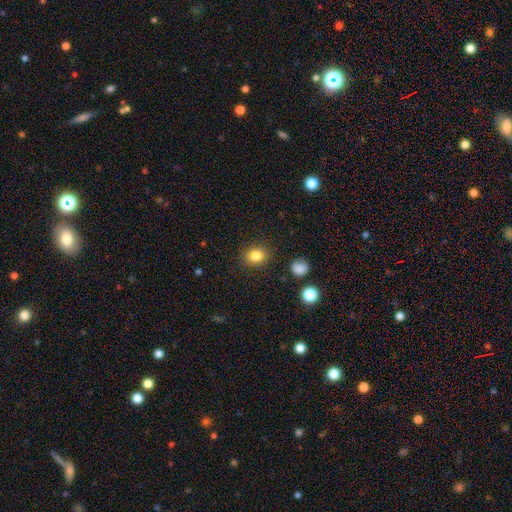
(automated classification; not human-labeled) smooth_or_featured: smooth (p=0.84) [alt: star or artifact p=0.11]
how_rounded: round (p=0.62) [alt: in between p=0.37]
merging: none (p=0.88) [alt: minor disturbance p=0.08]